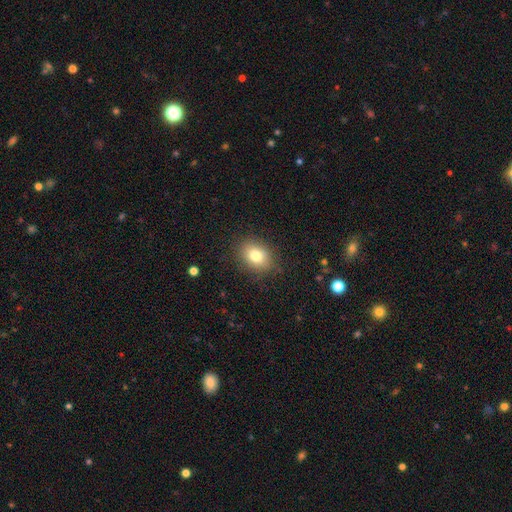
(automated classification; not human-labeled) Q: Smooth or featured?
A: smooth (80%); runner-up: star or artifact (10%)
Q: How rounded?
A: in between (59%); runner-up: round (40%)
Q: Merging?
A: none (85%); runner-up: minor disturbance (10%)